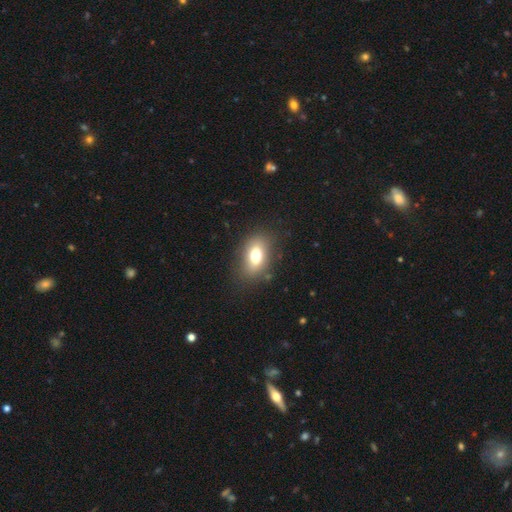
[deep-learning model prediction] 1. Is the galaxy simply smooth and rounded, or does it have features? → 74% smooth, 16% featured or disk, 10% star or artifact.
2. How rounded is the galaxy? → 84% in between, 13% round, 3% cigar-shaped.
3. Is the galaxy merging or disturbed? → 82% none, 12% minor disturbance, 5% major disturbance, 1% merger.